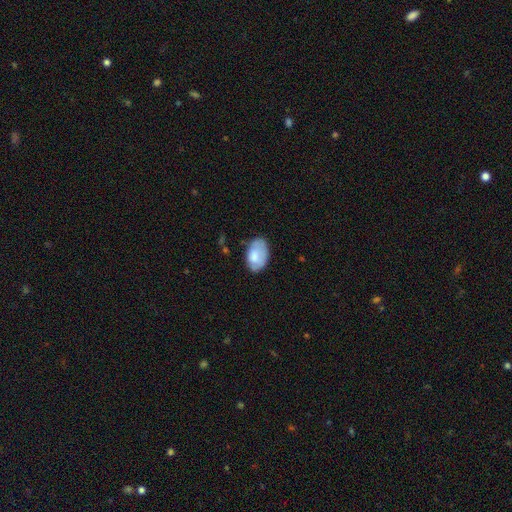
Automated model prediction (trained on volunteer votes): A smooth galaxy with no disk features (75%) that is in between round and cigar-shaped (92%).

Vote fractions:
- Smooth or featured? smooth: 75% / featured or disk: 18% / star or artifact: 7%
- How rounded? in between: 92% / round: 7% / cigar-shaped: 1%
- Merging? none: 62% / minor disturbance: 28% / major disturbance: 8% / merger: 2%